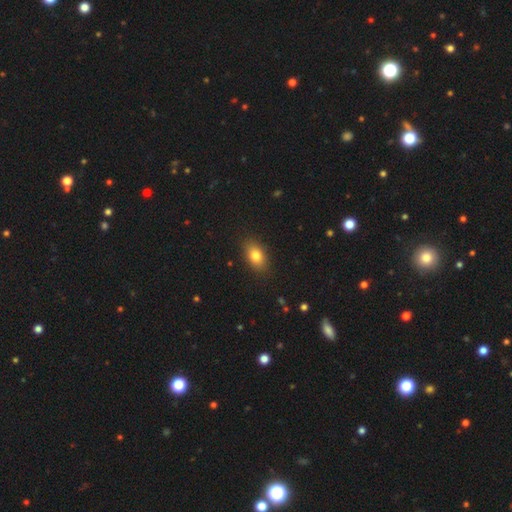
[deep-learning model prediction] The model was most divided on "smooth or featured": smooth: 81%, featured or disk: 10%, star or artifact: 9%. More confident: merging — none (86%); how rounded — in between (85%).